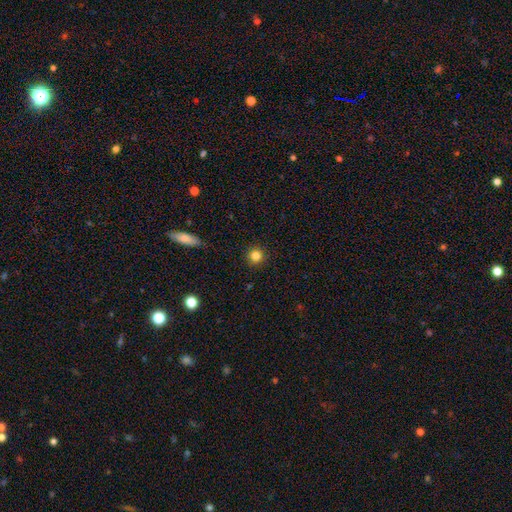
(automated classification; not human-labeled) Smooth or featured? smooth (83%)
How rounded? round (94%)
Merging? none (91%)